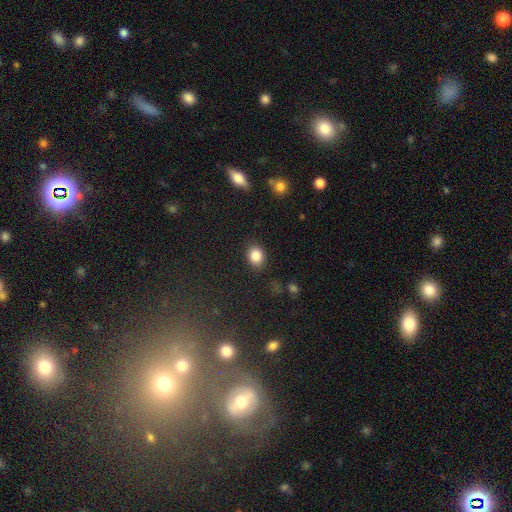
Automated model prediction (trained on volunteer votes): Morphology: type=smooth (85%); roundness=round (53%); merging=none (85%).